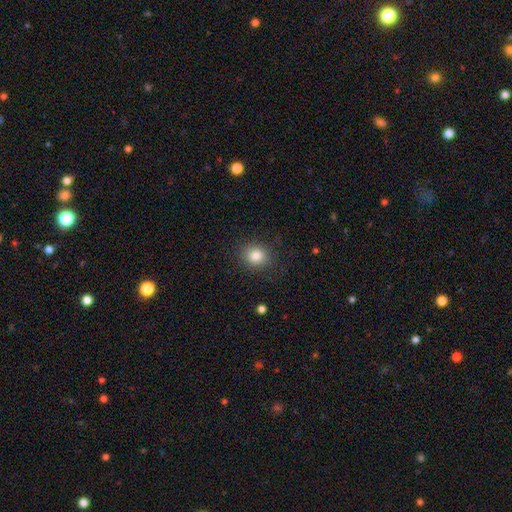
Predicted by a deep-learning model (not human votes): Smooth or featured? smooth (84%)
How rounded? round (71%)
Merging? none (85%)